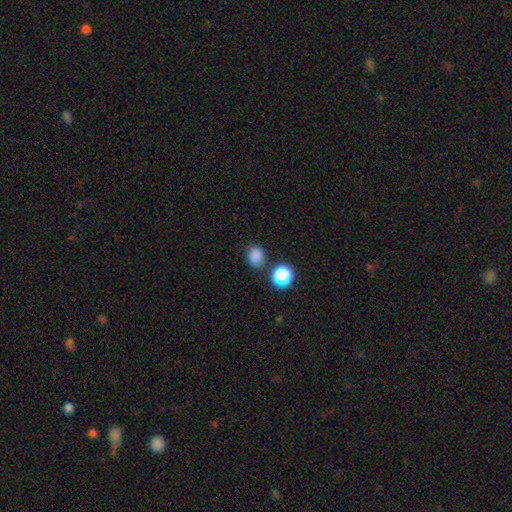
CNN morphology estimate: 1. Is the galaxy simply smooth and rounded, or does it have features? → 82% smooth, 14% star or artifact, 4% featured or disk.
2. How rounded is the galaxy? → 57% round, 42% in between, 1% cigar-shaped.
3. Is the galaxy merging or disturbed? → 69% none, 17% minor disturbance, 10% merger, 5% major disturbance.